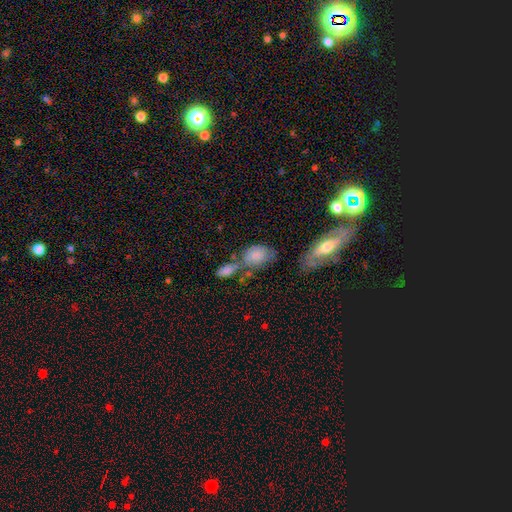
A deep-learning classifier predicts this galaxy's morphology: A smooth galaxy with no disk features (78%) that is in between round and cigar-shaped (86%).

Vote fractions:
- Smooth or featured? smooth: 78% / featured or disk: 15% / star or artifact: 7%
- How rounded? in between: 86% / round: 11% / cigar-shaped: 2%
- Merging? merger: 34% / none: 32% / minor disturbance: 21% / major disturbance: 13%